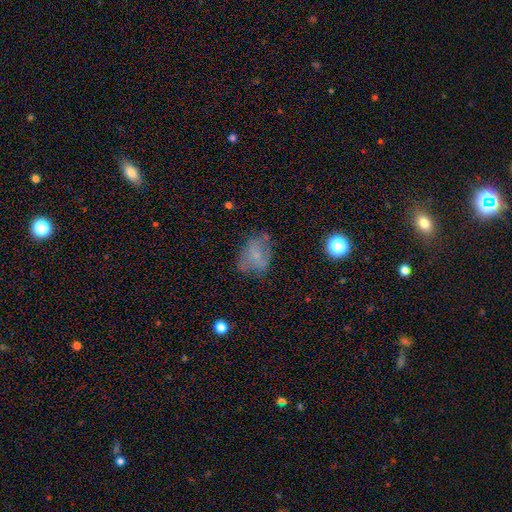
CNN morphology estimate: type=smooth (57%); roundness=in between (63%); merging=none (51%).